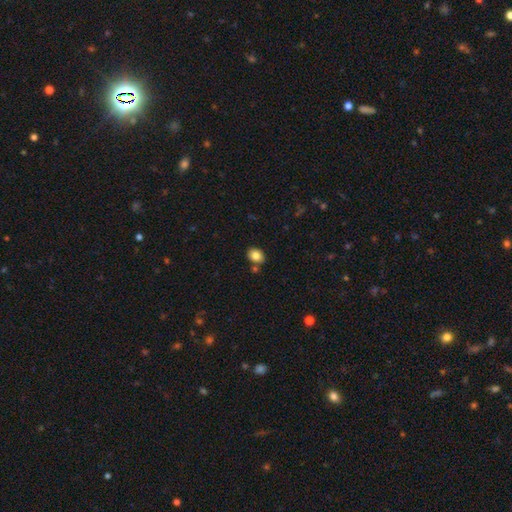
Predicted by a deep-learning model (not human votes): This appears to be a smooth galaxy with no disk features (83%) that is in between round and cigar-shaped (68%). Merging: none (79%).